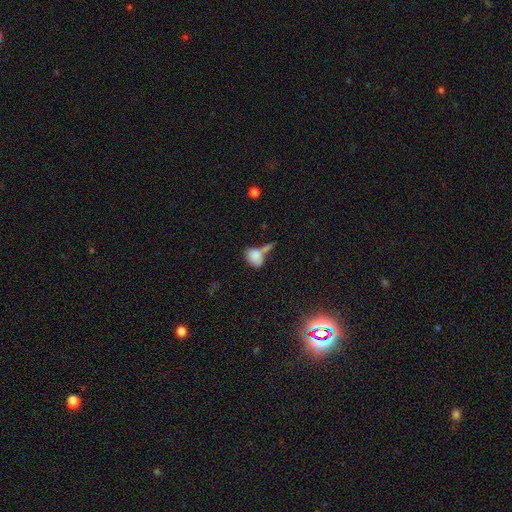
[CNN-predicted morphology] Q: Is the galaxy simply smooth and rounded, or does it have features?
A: smooth — 79%.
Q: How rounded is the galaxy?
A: in between — 77%.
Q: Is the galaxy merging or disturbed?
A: merger — 44%.